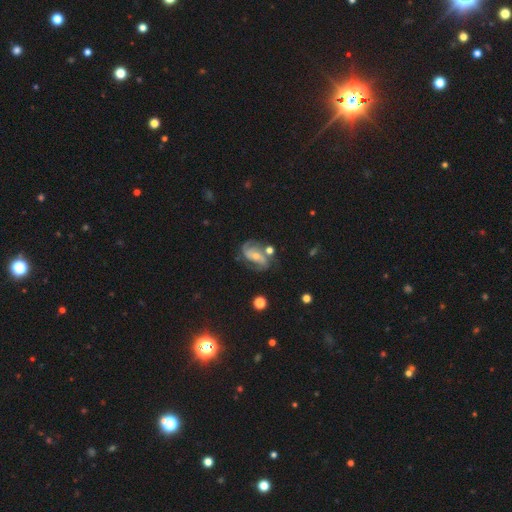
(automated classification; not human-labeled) smooth_or_featured: featured or disk (p=0.82) [alt: smooth p=0.10]
disk_edge_on: no (p=0.96) [alt: yes p=0.04]
bar: no (p=0.45) [alt: weak p=0.36]
has_spiral_arms: yes (p=0.95) [alt: no p=0.05]
spiral_winding: medium (p=0.49) [alt: tight p=0.28]
spiral_arm_count: 2 (p=0.75) [alt: 3 p=0.10]
bulge_size: small (p=0.55) [alt: moderate p=0.41]
merging: none (p=0.61) [alt: minor disturbance p=0.19]